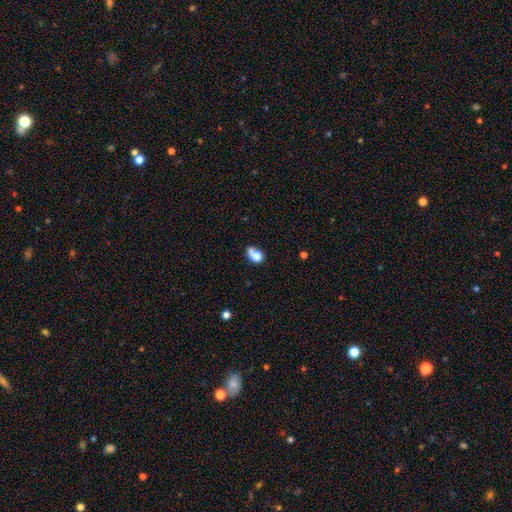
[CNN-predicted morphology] This appears to be a smooth galaxy with no disk features (73%) that is in between round and cigar-shaped (67%). Merging: none (32%).